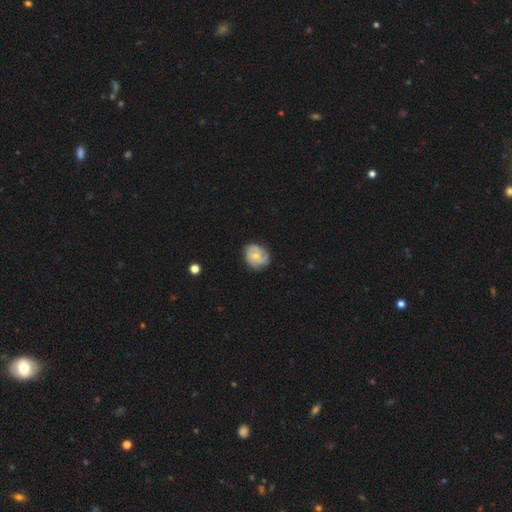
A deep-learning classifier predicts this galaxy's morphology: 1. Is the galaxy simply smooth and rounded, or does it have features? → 64% featured or disk, 30% smooth, 6% star or artifact.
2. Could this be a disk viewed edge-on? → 98% no, 2% yes.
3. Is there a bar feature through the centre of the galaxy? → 69% no, 27% weak, 4% strong.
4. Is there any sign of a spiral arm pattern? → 90% yes, 10% no.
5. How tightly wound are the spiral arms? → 52% tight, 37% medium, 11% loose.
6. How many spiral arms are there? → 37% 3, 26% 2, 23% can't tell, 6% 4, 4% 1, 3% more than 4.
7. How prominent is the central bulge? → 52% small, 43% moderate, 3% none, 1% large, 1% dominant.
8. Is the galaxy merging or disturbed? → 72% none, 21% minor disturbance, 5% major disturbance, 1% merger.